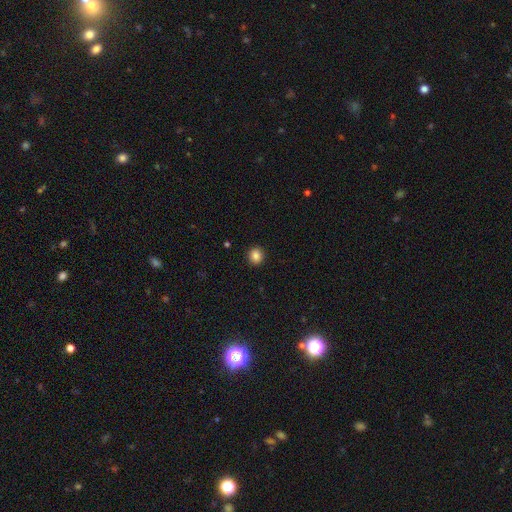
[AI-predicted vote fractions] Smooth or featured: smooth — 86% (star or artifact — 10%)
How rounded: round — 87% (in between — 12%)
Merging: none — 92% (minor disturbance — 5%)